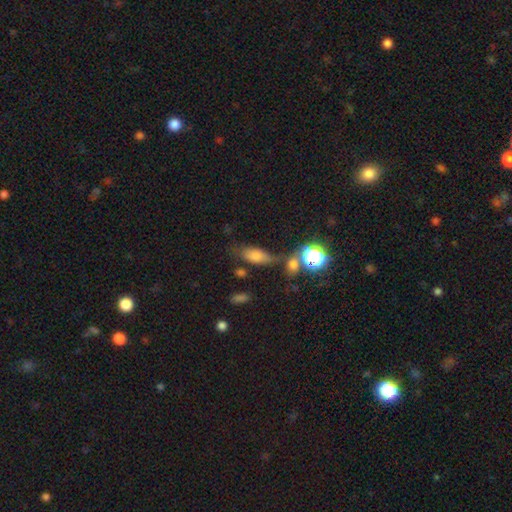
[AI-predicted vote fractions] A smooth galaxy with no disk features (68%) that is in between round and cigar-shaped (71%).

Vote fractions:
- Smooth or featured? smooth: 68% / star or artifact: 17% / featured or disk: 15%
- How rounded? in between: 71% / cigar-shaped: 19% / round: 10%
- Merging? none: 53% / minor disturbance: 21% / merger: 15% / major disturbance: 11%